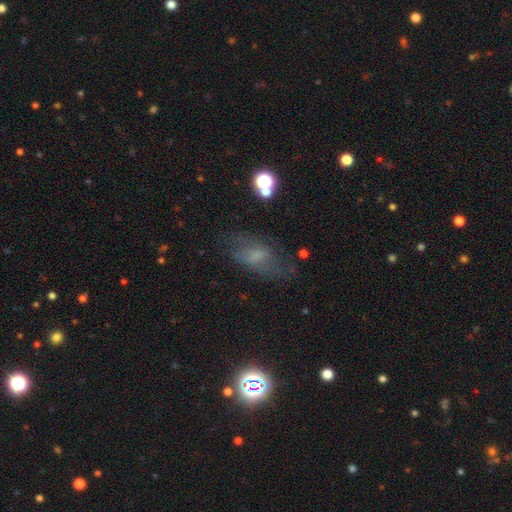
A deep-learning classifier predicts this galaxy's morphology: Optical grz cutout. It shows a smooth galaxy with no disk features (42%). Merging: none (57%).